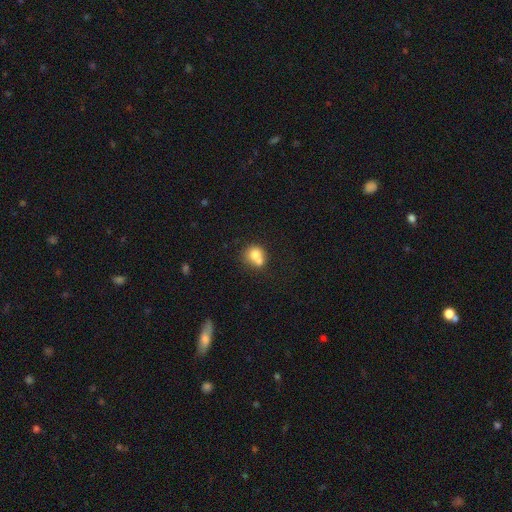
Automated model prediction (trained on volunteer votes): Smooth or featured?
  - smooth: 72% *
  - featured or disk: 18%
  - star or artifact: 10%
How rounded?
  - round: 76% *
  - in between: 23%
  - cigar-shaped: 1%
Merging?
  - merger: 53% *
  - none: 34%
  - minor disturbance: 9%
  - major disturbance: 4%